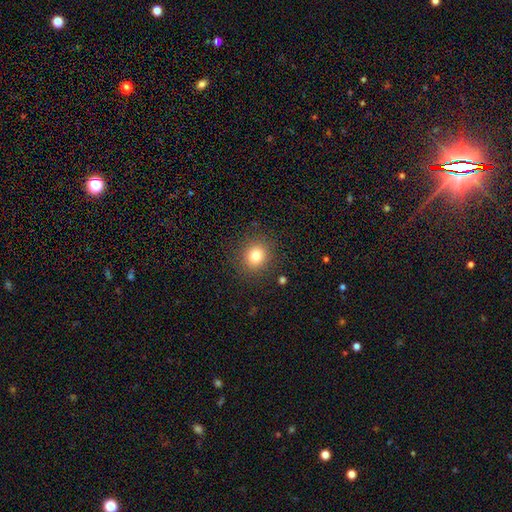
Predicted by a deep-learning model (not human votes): Overall: smooth (80%). How rounded: round (81%). Merging: none (88%).